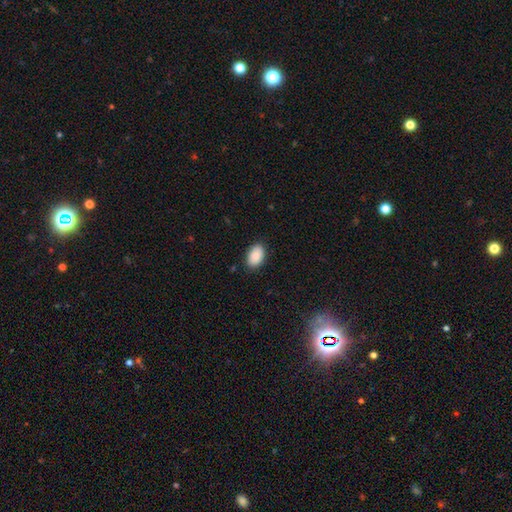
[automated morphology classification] Q: Smooth or featured?
A: smooth (88%); runner-up: star or artifact (6%)
Q: How rounded?
A: in between (92%); runner-up: round (7%)
Q: Merging?
A: none (86%); runner-up: minor disturbance (11%)